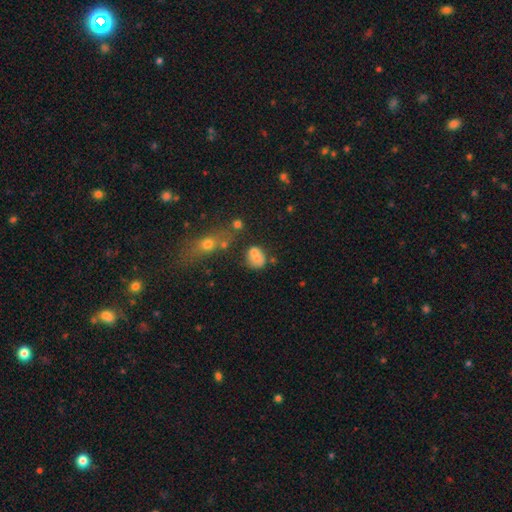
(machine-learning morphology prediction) A smooth galaxy with no disk features (71%) that is round (54%). Merging: none (47%).